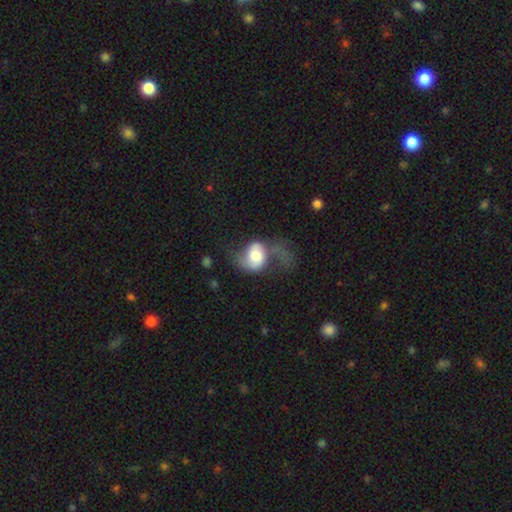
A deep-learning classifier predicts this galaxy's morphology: The model was most divided on "merging": major disturbance: 42%, none: 31%, minor disturbance: 22%, merger: 5%. Remaining: edge-on disk — no (97%); spiral arms — yes (81%); bar — no (62%); smooth or featured — featured or disk (56%); bulge size — moderate (48%).